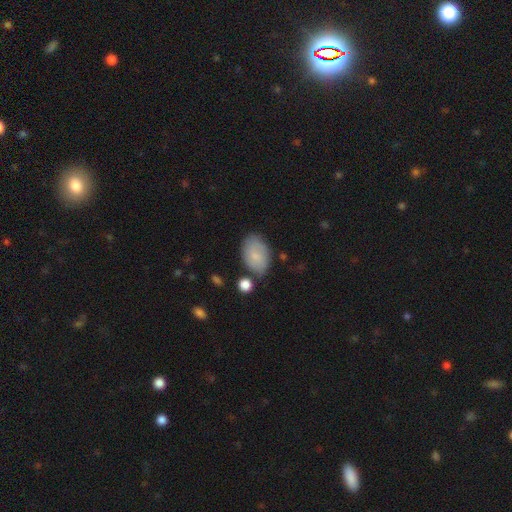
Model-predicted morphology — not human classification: type=smooth (75%); roundness=in between (90%); merging=none (71%).